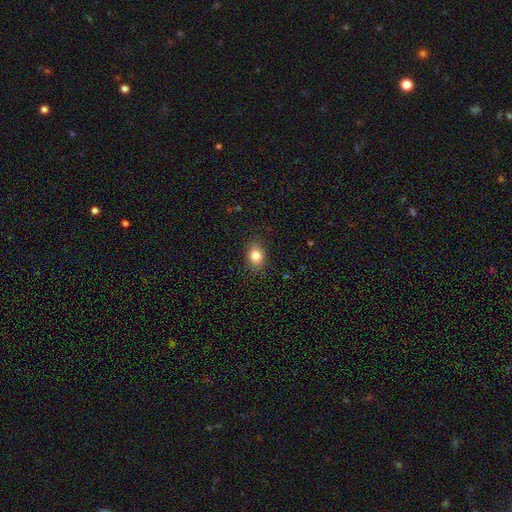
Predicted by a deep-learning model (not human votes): A smooth galaxy with no disk features (83%) that is in between round and cigar-shaped (60%). Merging: none (86%).